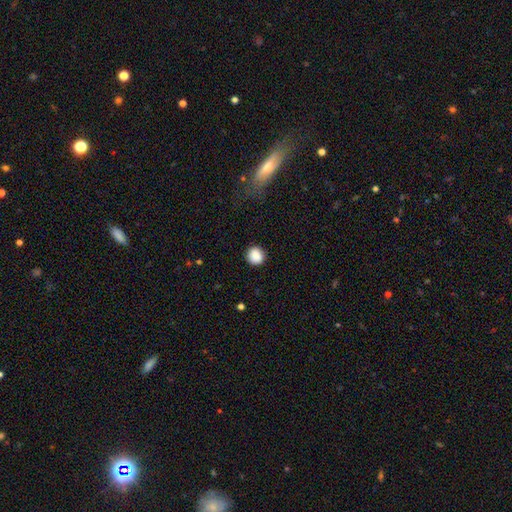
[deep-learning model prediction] Smooth or featured? Predicted: smooth (p=0.88). How rounded? Predicted: round (p=0.91). Merging? Predicted: none (p=0.89).